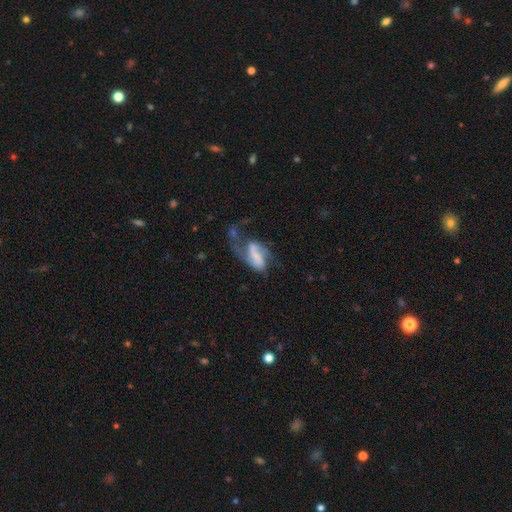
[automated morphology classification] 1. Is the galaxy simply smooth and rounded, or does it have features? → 69% featured or disk, 23% smooth, 8% star or artifact.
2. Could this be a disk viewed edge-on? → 97% no, 3% yes.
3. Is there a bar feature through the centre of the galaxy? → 38% weak, 31% strong, 31% no.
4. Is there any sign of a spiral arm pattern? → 84% yes, 16% no.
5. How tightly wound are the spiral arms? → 55% loose, 34% medium, 11% tight.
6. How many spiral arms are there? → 70% 2, 19% 1, 7% can't tell, 2% 3, 1% 4, 1% more than 4.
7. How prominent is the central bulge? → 41% none, 27% small, 17% moderate, 11% large, 4% dominant.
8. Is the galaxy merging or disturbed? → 45% major disturbance, 25% none, 17% minor disturbance, 12% merger.